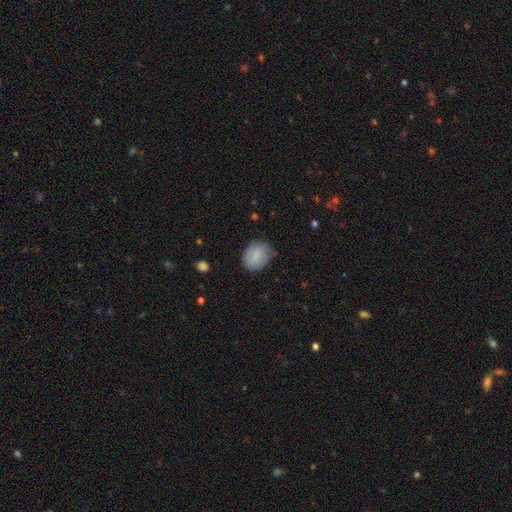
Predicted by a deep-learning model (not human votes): Morphology: type=smooth (82%); roundness=round (53%); merging=none (69%).